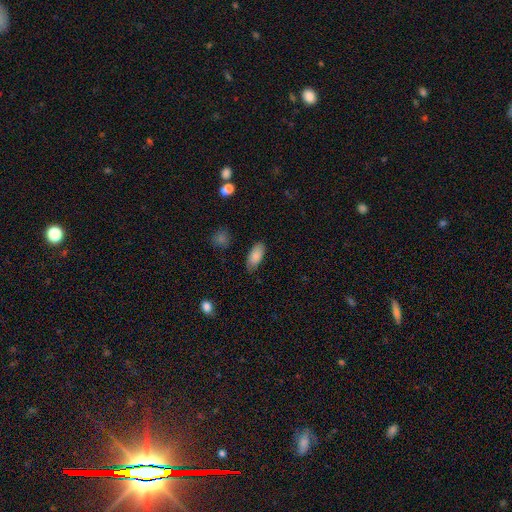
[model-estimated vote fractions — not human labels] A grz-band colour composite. It shows a smooth galaxy with no disk features (86%) that is in between round and cigar-shaped (89%). Merging: none (82%).